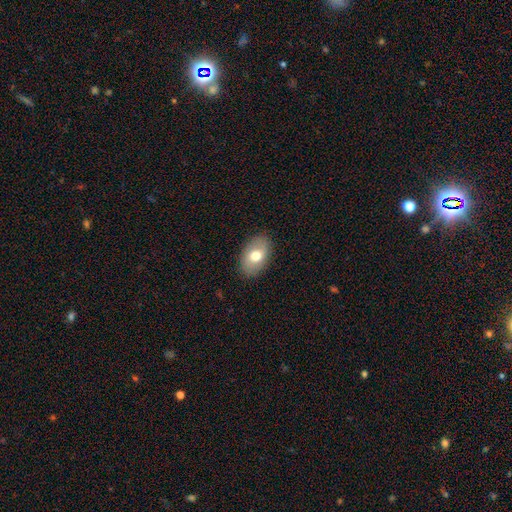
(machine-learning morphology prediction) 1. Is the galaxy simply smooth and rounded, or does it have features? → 71% smooth, 21% featured or disk, 7% star or artifact.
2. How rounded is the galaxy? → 89% in between, 10% round, 1% cigar-shaped.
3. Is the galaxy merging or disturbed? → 87% none, 10% minor disturbance, 2% major disturbance, 1% merger.